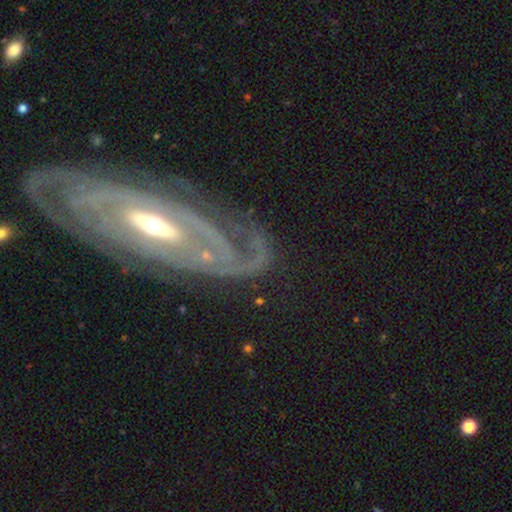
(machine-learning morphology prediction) smooth_or_featured: featured or disk (p=0.86) [alt: smooth p=0.08]
disk_edge_on: no (p=0.88) [alt: yes p=0.12]
bar: no (p=0.36) [alt: weak p=0.33]
has_spiral_arms: yes (p=0.88) [alt: no p=0.12]
spiral_winding: tight (p=0.61) [alt: medium p=0.28]
spiral_arm_count: can't tell (p=0.33) [alt: 2 p=0.32]
bulge_size: moderate (p=0.60) [alt: small p=0.28]
merging: none (p=0.68) [alt: minor disturbance p=0.16]